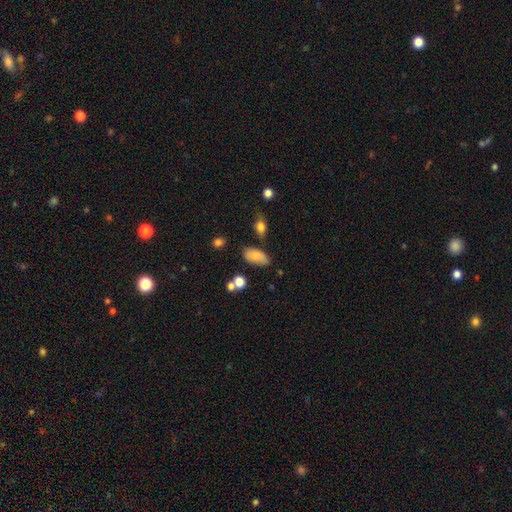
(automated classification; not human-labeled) Smooth or featured?
  - smooth: 78% *
  - featured or disk: 12%
  - star or artifact: 10%
How rounded?
  - in between: 91% *
  - round: 5%
  - cigar-shaped: 4%
Merging?
  - none: 65% *
  - minor disturbance: 23%
  - merger: 6%
  - major disturbance: 6%